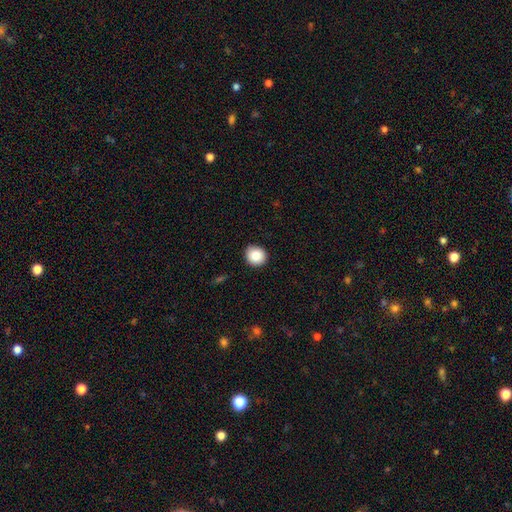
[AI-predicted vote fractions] This is clearly a smooth galaxy (86%). How rounded: clearly round (88%). Merging: clearly none (89%).